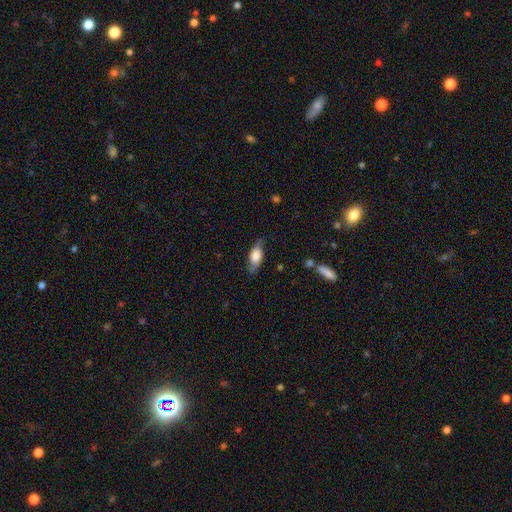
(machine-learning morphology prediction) type=smooth (53%); roundness=in between (78%); merging=none (71%).